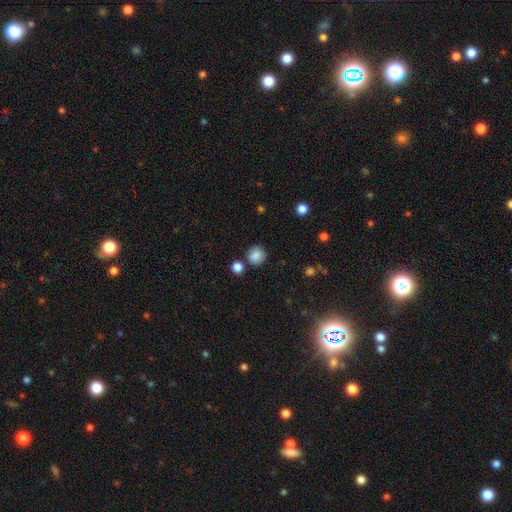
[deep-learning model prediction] A smooth galaxy with no disk features (86%) that is round (89%).

Vote fractions:
- Smooth or featured? smooth: 86% / star or artifact: 10% / featured or disk: 5%
- How rounded? round: 89% / in between: 10% / cigar-shaped: 1%
- Merging? none: 78% / minor disturbance: 10% / merger: 9% / major disturbance: 3%